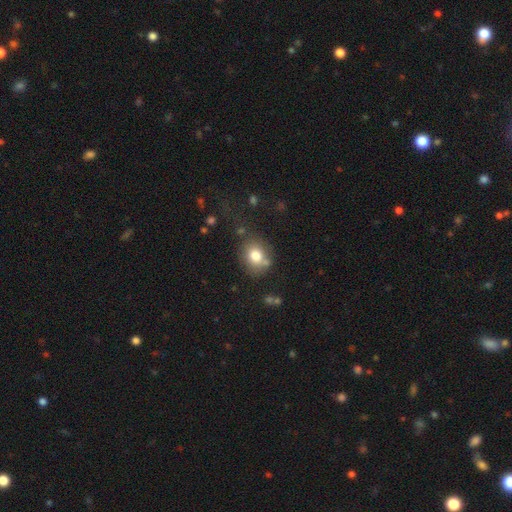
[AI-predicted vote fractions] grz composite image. It shows a smooth galaxy with no disk features (78%) that is round (61%). Merging: none (65%).